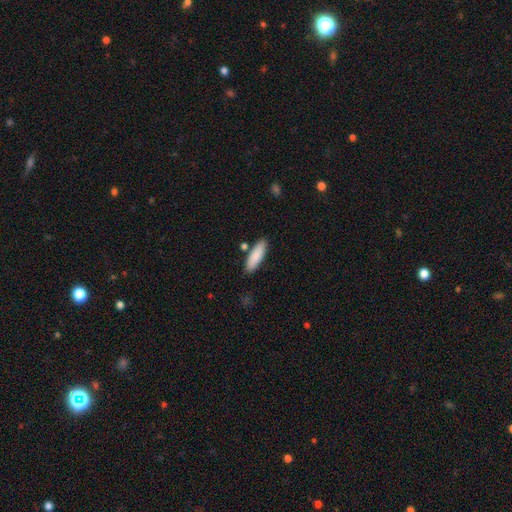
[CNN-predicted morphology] Q: Smooth or featured?
A: smooth (86%); runner-up: featured or disk (8%)
Q: How rounded?
A: cigar-shaped (53%); runner-up: in between (45%)
Q: Merging?
A: none (83%); runner-up: minor disturbance (10%)